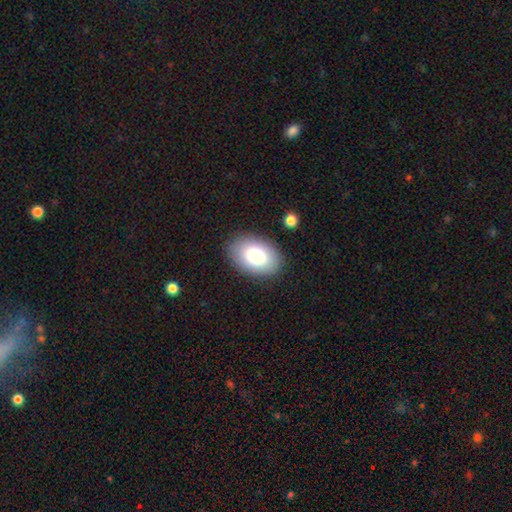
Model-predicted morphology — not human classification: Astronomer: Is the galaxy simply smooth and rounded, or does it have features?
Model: smooth — 83%.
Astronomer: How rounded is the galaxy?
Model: in between — 87%.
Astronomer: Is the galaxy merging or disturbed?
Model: none — 87%.